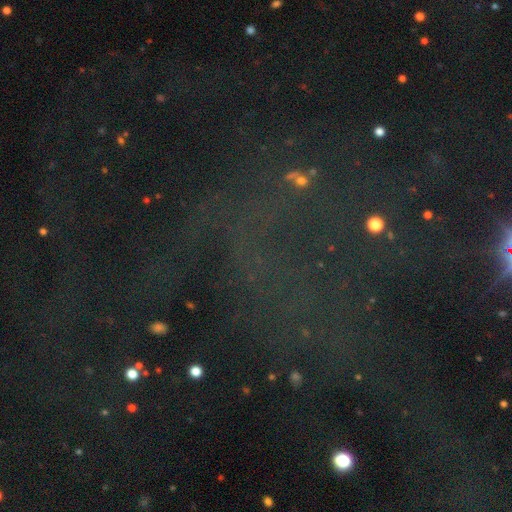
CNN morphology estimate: A star or artifact, not a galaxy (69%).